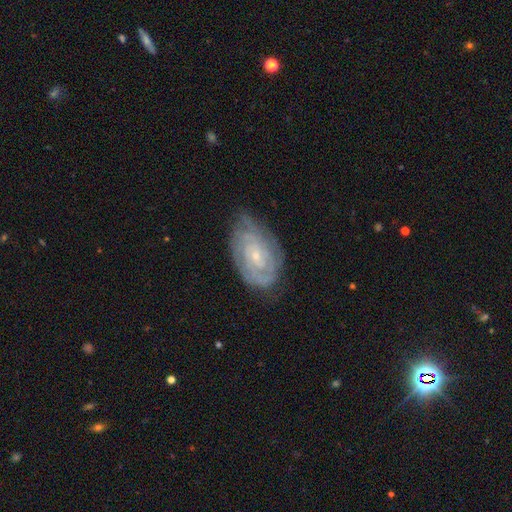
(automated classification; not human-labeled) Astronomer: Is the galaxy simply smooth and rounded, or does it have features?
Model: featured or disk — 78%.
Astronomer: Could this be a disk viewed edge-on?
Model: no — 96%.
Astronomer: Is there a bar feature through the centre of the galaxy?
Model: no — 68%.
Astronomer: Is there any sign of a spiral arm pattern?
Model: yes — 91%.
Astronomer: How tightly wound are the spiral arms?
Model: tight — 74%.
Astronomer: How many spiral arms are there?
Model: can't tell — 42% (runner-up: 2, 27%).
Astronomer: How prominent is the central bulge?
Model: small — 75%.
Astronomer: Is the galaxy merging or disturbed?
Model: none — 68%.